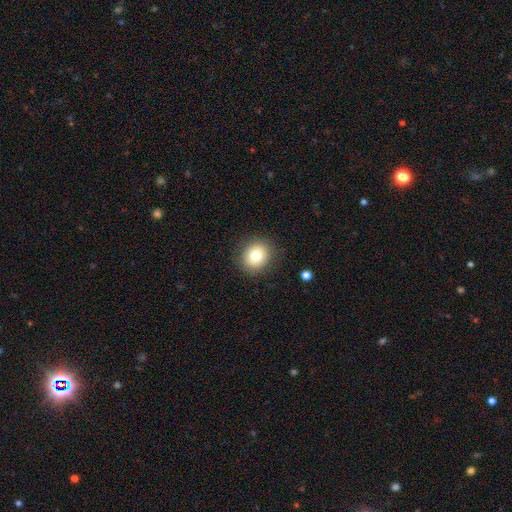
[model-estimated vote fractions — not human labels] Morphology: type=smooth (78%); roundness=round (82%); merging=none (88%).